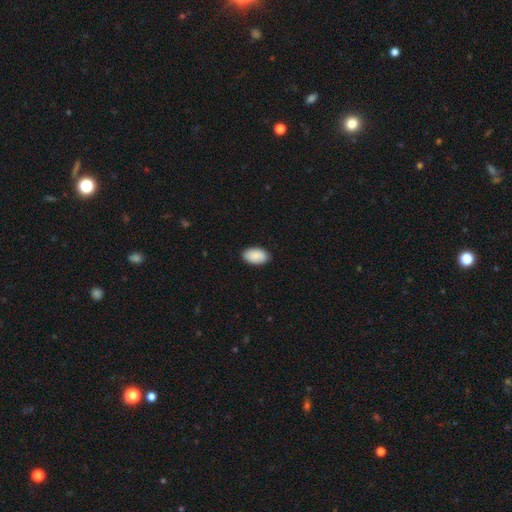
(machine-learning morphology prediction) smooth-or-featured: smooth: 91% | star or artifact: 6% | featured or disk: 4%
  how-rounded: in between: 95% | round: 4% | cigar-shaped: 1%
  merging: none: 88% | minor disturbance: 9% | major disturbance: 2% | merger: 1%